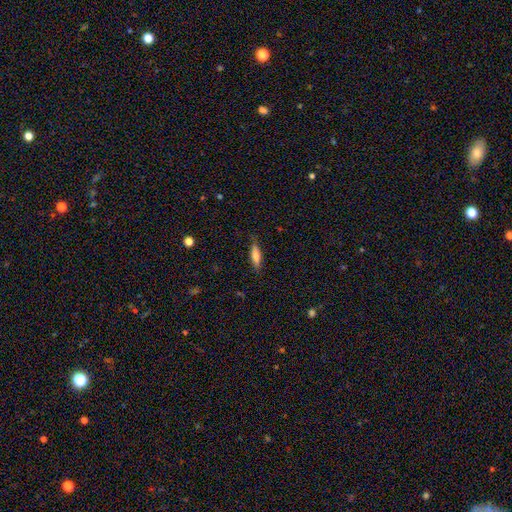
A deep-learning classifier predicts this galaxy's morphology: smooth-or-featured: smooth: 71% | featured or disk: 22% | star or artifact: 7%
  how-rounded: cigar-shaped: 61% | in between: 37% | round: 2%
  merging: none: 81% | minor disturbance: 15% | major disturbance: 3% | merger: 1%